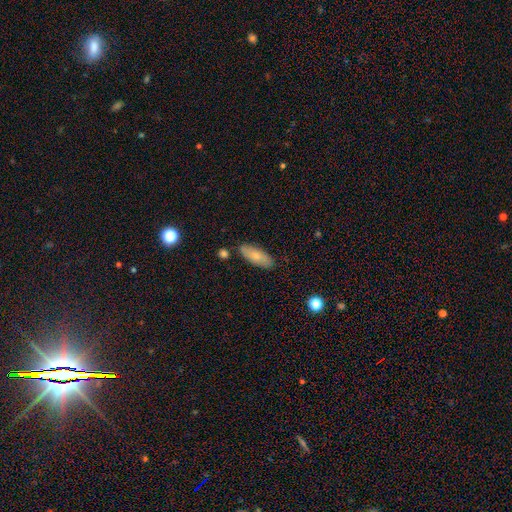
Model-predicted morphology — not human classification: Smooth or featured? Predicted: smooth (p=0.76). How rounded? Predicted: in between (p=0.75). Merging? Predicted: none (p=0.84).